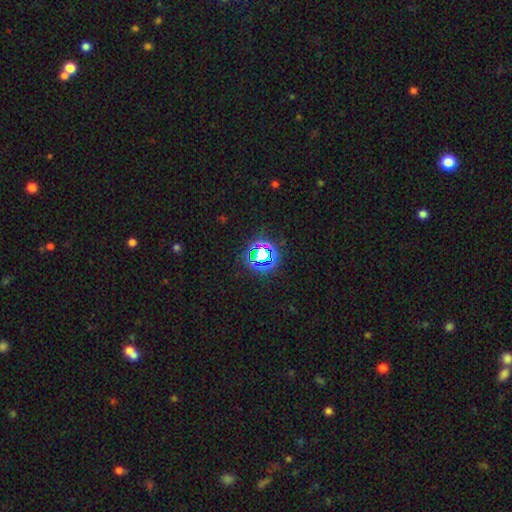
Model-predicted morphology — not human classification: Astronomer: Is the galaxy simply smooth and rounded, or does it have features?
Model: star or artifact — 71%.